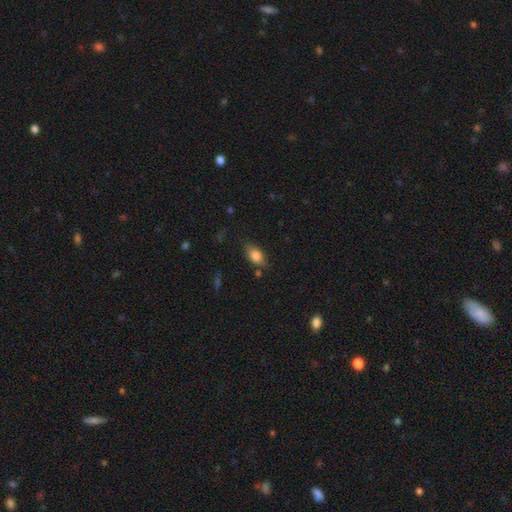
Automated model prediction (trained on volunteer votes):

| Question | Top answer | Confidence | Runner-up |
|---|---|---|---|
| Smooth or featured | smooth | 80% | featured or disk (12%) |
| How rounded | in between | 85% | round (8%) |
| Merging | none | 72% | minor disturbance (20%) |